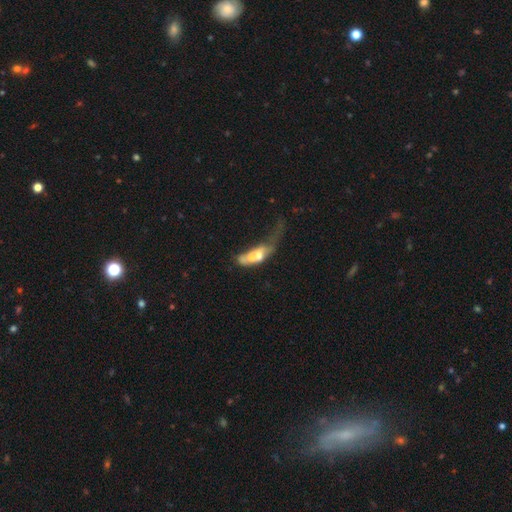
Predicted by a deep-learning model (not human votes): smooth_or_featured: smooth (p=0.48) [alt: featured or disk p=0.43]
merging: merger (p=0.48) [alt: major disturbance p=0.30]